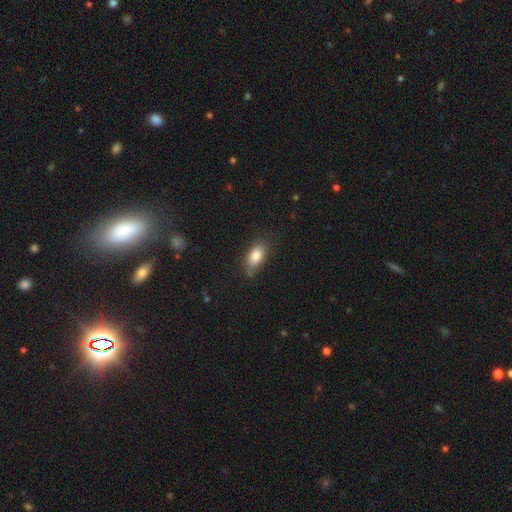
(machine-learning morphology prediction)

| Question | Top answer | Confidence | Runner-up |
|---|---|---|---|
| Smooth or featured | smooth | 82% | featured or disk (10%) |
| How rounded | in between | 89% | round (7%) |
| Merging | none | 76% | minor disturbance (18%) |